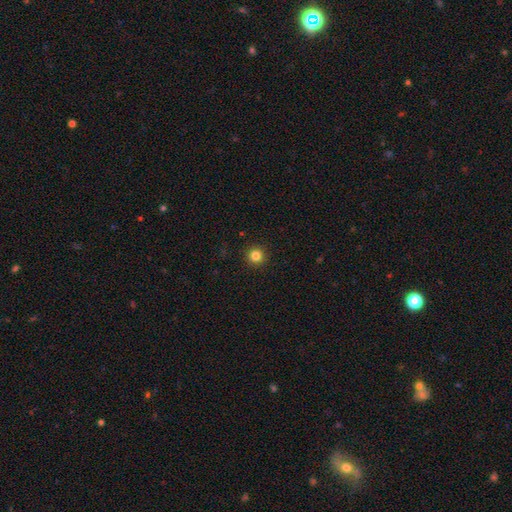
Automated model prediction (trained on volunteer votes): smooth-or-featured: smooth: 83% | star or artifact: 12% | featured or disk: 4%
  how-rounded: round: 95% | in between: 4% | cigar-shaped: 1%
  merging: none: 93% | minor disturbance: 5% | major disturbance: 2% | merger: 1%